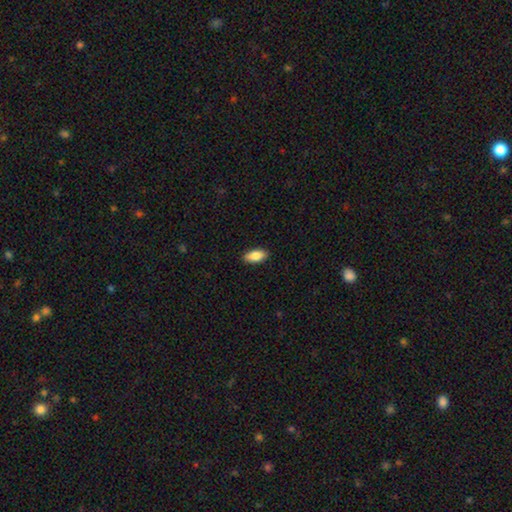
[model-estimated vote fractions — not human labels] Overall: smooth (85%). How rounded: in between (89%). Merging: none (89%).